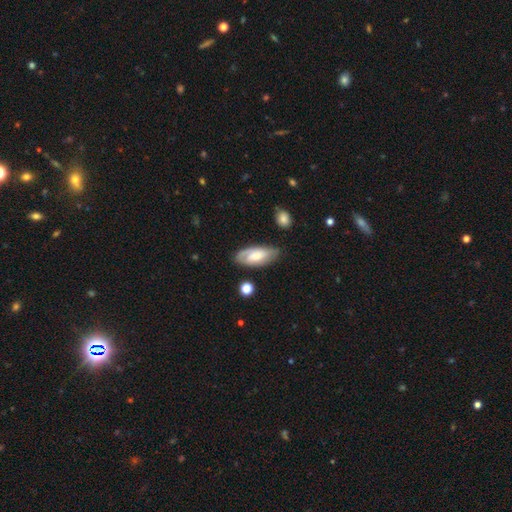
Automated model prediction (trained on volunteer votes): This is possibly a smooth galaxy (48%). Merging: likely none (72%).